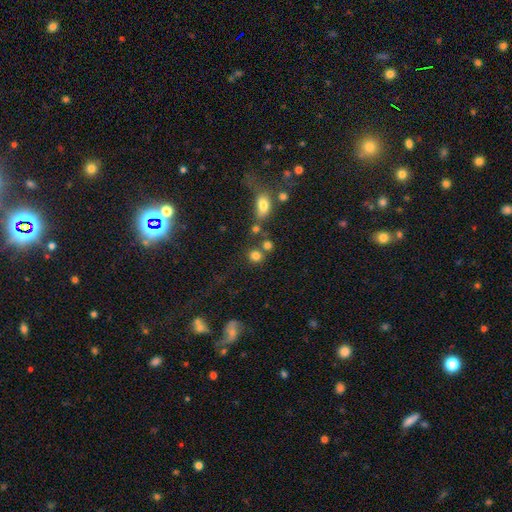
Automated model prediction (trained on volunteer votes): The model was most divided on "merging": none: 66%, merger: 20%, minor disturbance: 10%, major disturbance: 5%. More confident: how rounded — round (83%); smooth or featured — smooth (79%).